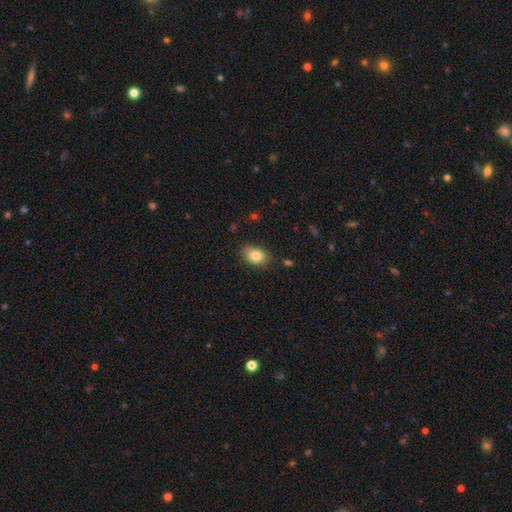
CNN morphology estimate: Smooth or featured?
  - smooth: 84% *
  - star or artifact: 8%
  - featured or disk: 8%
How rounded?
  - in between: 77% *
  - round: 22%
  - cigar-shaped: 1%
Merging?
  - none: 78% *
  - minor disturbance: 17%
  - major disturbance: 3%
  - merger: 2%